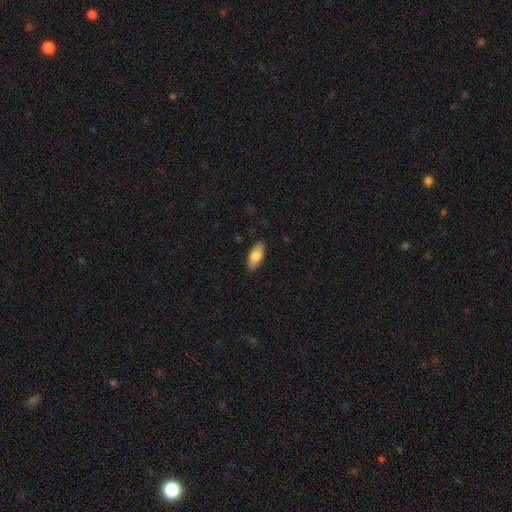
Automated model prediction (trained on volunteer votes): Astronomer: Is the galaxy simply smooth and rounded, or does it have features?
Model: smooth — 82%.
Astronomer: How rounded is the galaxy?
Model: in between — 85%.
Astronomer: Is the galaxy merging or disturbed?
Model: none — 88%.